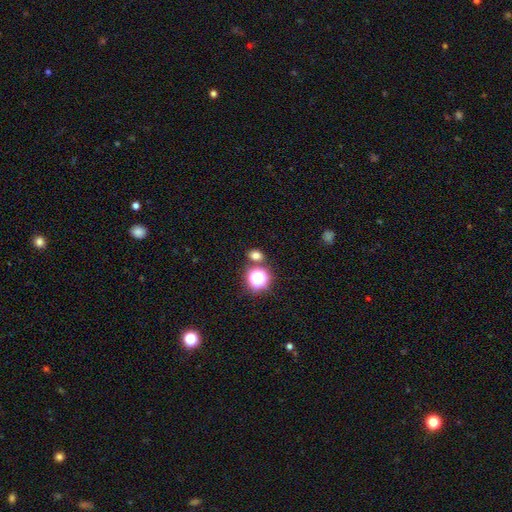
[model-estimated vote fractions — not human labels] smooth 70%, star or artifact 23%, featured or disk 6%. Down the decision tree: how rounded — round (51%); merging — none (77%).